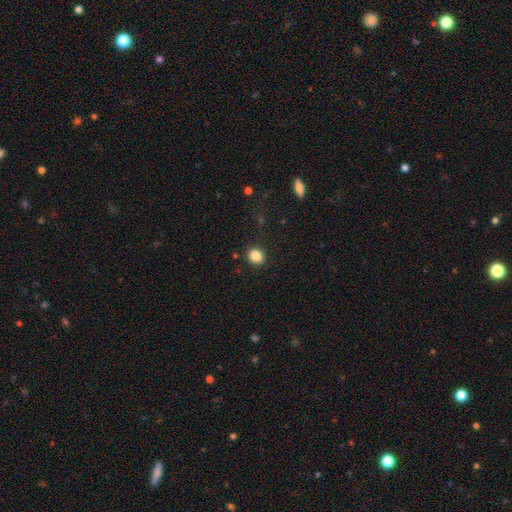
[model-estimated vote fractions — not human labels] smooth_or_featured: smooth (p=0.85) [alt: star or artifact p=0.10]
how_rounded: round (p=0.72) [alt: in between p=0.27]
merging: none (p=0.90) [alt: minor disturbance p=0.07]